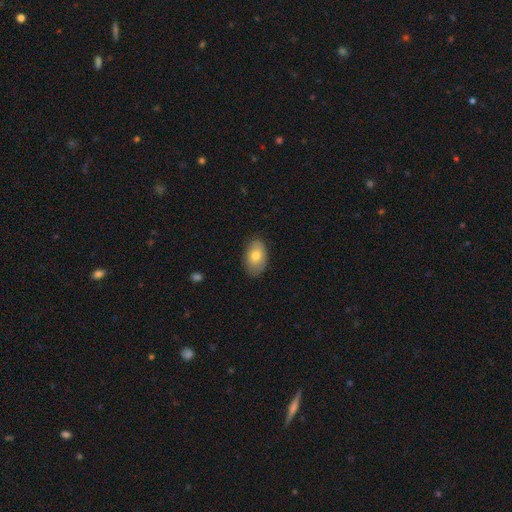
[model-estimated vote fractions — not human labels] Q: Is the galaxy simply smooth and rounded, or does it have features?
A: smooth — 74%.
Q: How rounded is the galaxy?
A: in between — 90%.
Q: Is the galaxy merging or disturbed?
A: none — 79%.